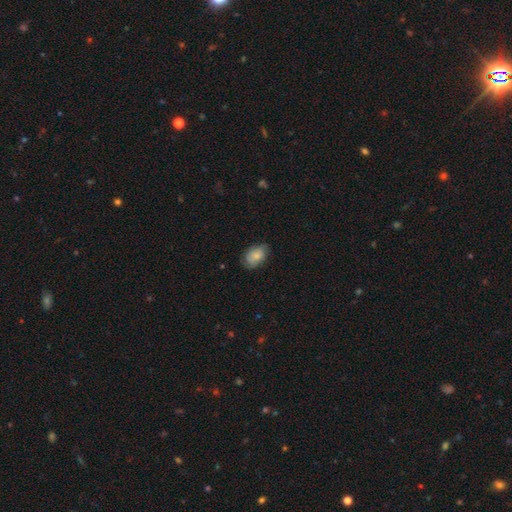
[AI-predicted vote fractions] Overall: smooth (76%). How rounded: in between (86%). Merging: none (68%).